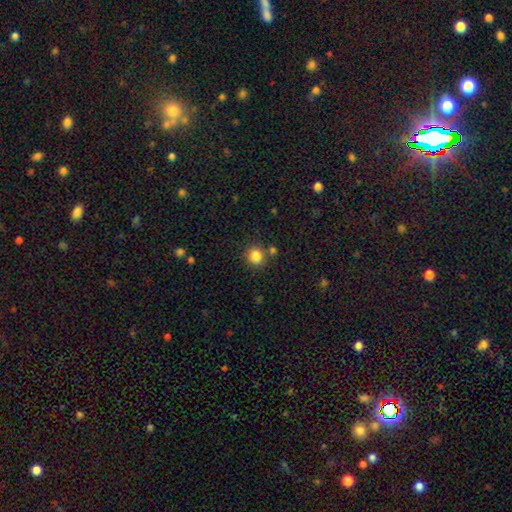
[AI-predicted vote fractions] Smooth or featured: smooth — 84% (star or artifact — 11%)
How rounded: round — 84% (in between — 15%)
Merging: none — 79% (minor disturbance — 9%)